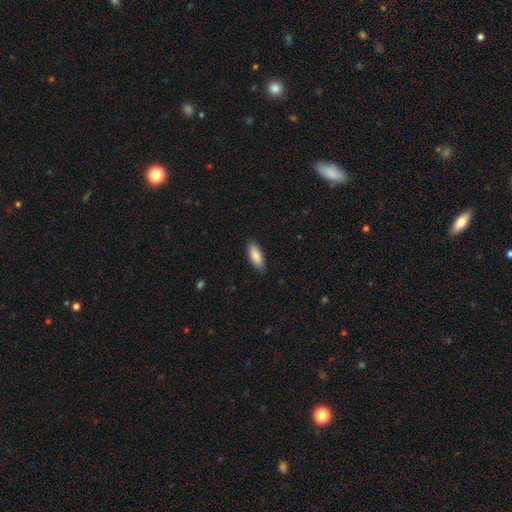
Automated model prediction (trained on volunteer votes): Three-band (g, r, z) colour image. It shows a smooth galaxy with no disk features (88%) that is in between round and cigar-shaped (77%). Merging: none (86%).